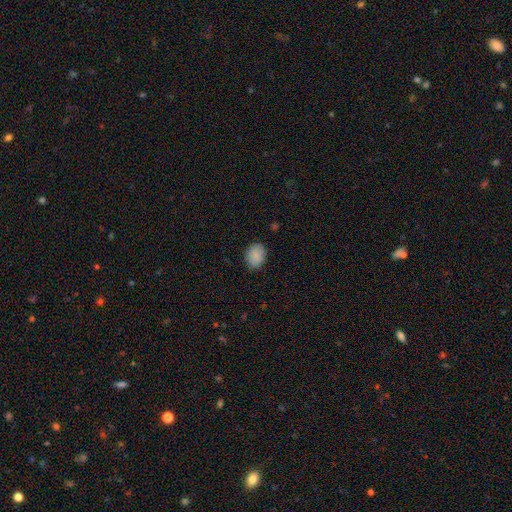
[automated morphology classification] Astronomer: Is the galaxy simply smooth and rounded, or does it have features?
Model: smooth — 88%.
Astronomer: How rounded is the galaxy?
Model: in between — 59% (runner-up: round, 40%).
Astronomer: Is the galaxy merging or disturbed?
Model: none — 86%.